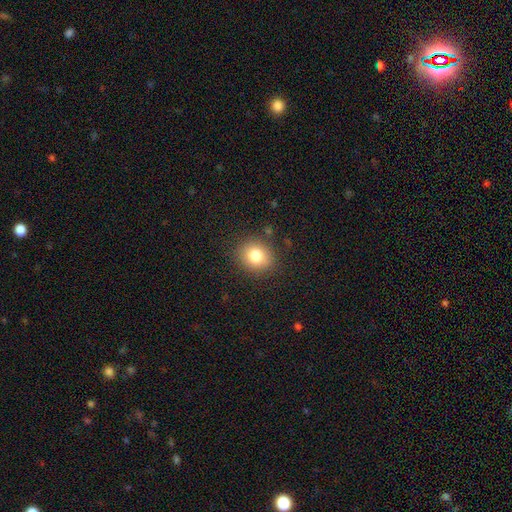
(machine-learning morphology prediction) smooth_or_featured: smooth (p=0.79) [alt: star or artifact p=0.11]
how_rounded: round (p=0.75) [alt: in between p=0.24]
merging: none (p=0.86) [alt: minor disturbance p=0.09]